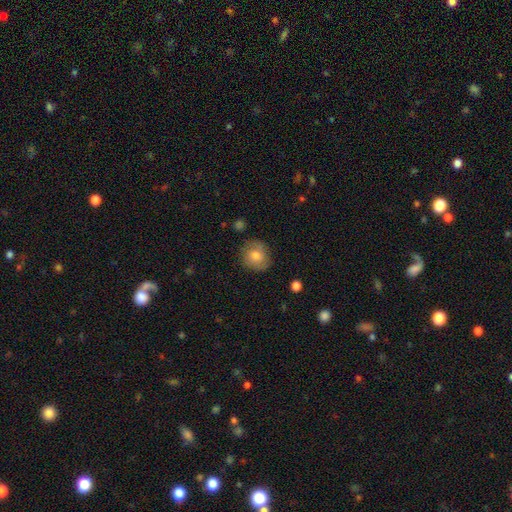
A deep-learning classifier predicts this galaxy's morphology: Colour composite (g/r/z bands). It shows a smooth galaxy with no disk features (67%) that is round (83%). Merging: none (79%).